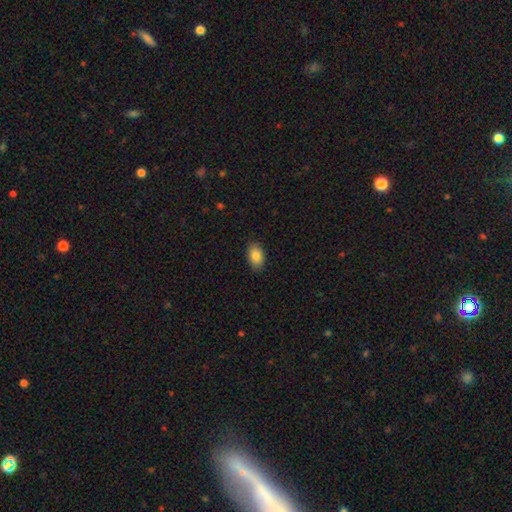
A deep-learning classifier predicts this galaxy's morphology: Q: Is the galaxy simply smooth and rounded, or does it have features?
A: smooth — 86%.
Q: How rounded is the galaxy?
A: in between — 91%.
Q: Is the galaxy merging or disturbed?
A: none — 88%.